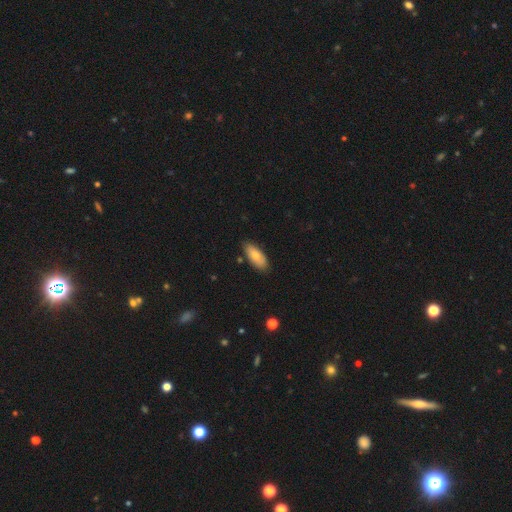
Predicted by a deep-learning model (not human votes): This is likely a smooth galaxy (76%). How rounded: clearly in between (83%). Merging: clearly none (82%).